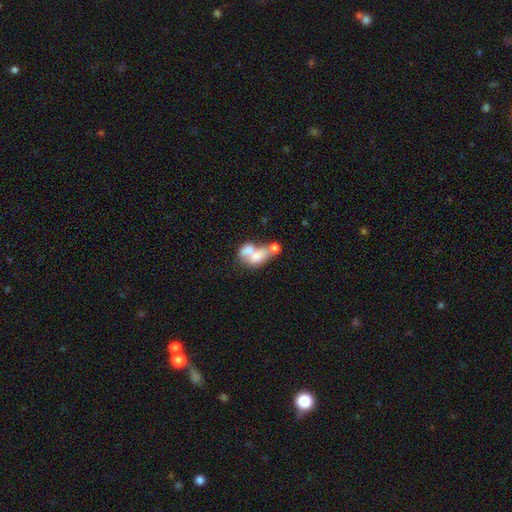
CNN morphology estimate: A smooth galaxy with no disk features (57%) that is in between round and cigar-shaped (72%). Merging: merger (69%).